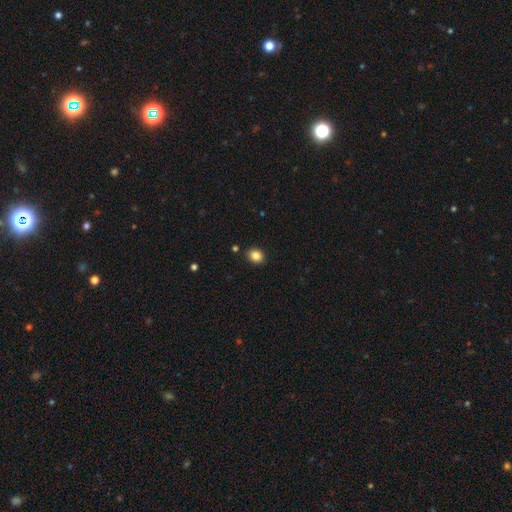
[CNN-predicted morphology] Smooth or featured?
  - smooth: 85% *
  - star or artifact: 10%
  - featured or disk: 5%
How rounded?
  - round: 54% *
  - in between: 45%
  - cigar-shaped: 1%
Merging?
  - none: 88% *
  - minor disturbance: 8%
  - merger: 2%
  - major disturbance: 2%